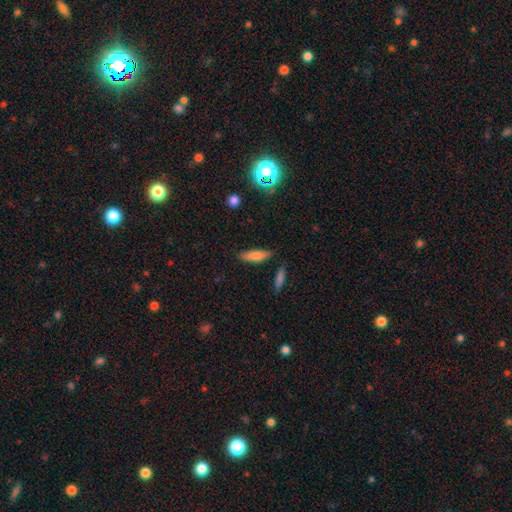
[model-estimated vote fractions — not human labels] This appears to be a smooth galaxy with no disk features (78%) that is cigar-shaped (57%). Merging: none (83%).